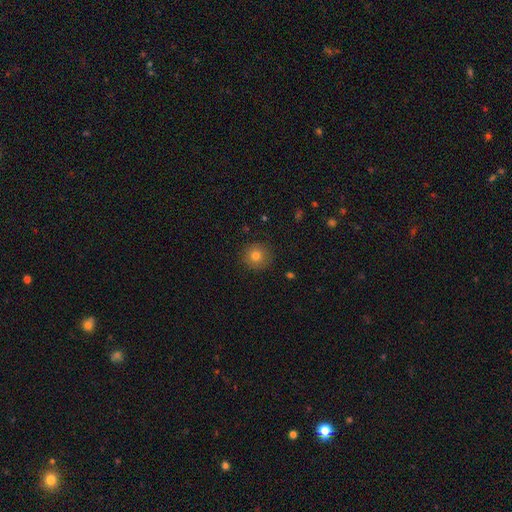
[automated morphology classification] Smooth or featured? Predicted: smooth (p=0.79). How rounded? Predicted: round (p=0.93). Merging? Predicted: none (p=0.88).